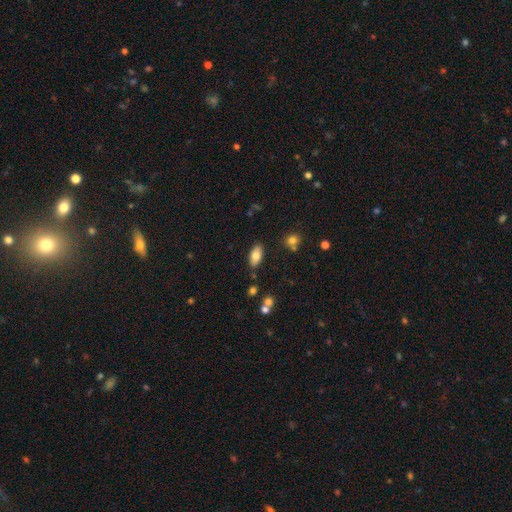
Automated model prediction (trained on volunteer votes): A smooth galaxy with no disk features (79%) that is in between round and cigar-shaped (91%).

Vote fractions:
- Smooth or featured? smooth: 79% / featured or disk: 13% / star or artifact: 8%
- How rounded? in between: 91% / cigar-shaped: 7% / round: 3%
- Merging? none: 84% / minor disturbance: 11% / merger: 3% / major disturbance: 2%